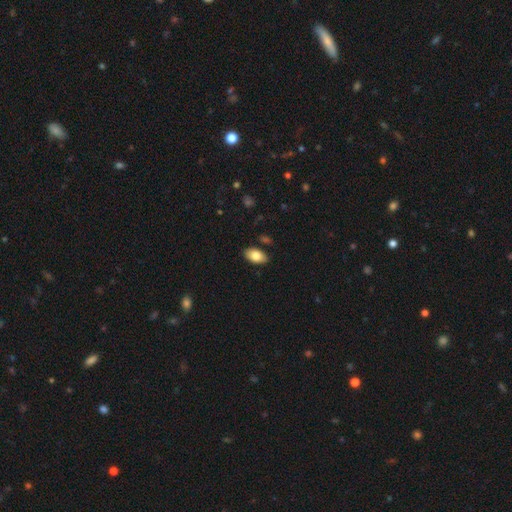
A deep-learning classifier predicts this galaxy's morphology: type=smooth (82%); roundness=in between (94%); merging=none (86%).